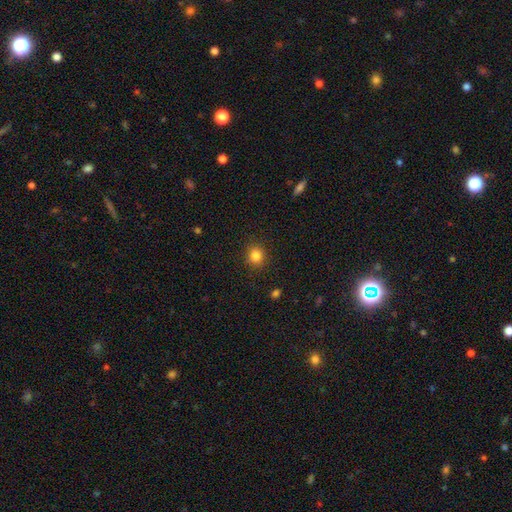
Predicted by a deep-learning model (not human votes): Smooth or featured? smooth (84%)
How rounded? round (82%)
Merging? none (89%)